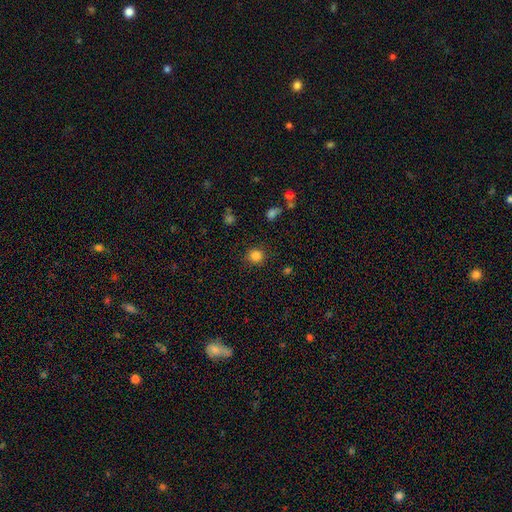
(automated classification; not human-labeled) This appears to be a smooth galaxy with no disk features (84%) that is round (90%). Merging: none (88%).